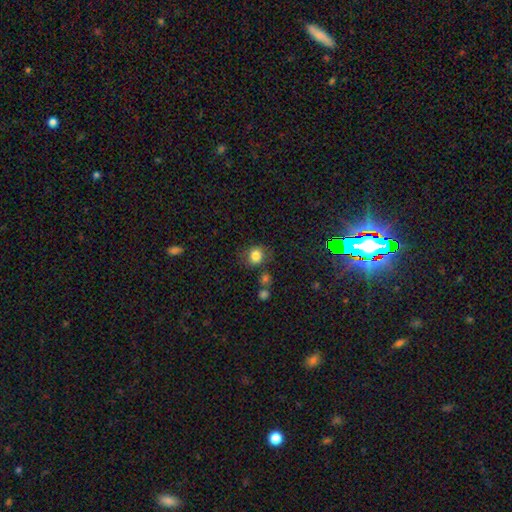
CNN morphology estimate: A smooth galaxy with no disk features (81%) that is round (74%).

Vote fractions:
- Smooth or featured? smooth: 81% / star or artifact: 13% / featured or disk: 7%
- How rounded? round: 74% / in between: 25% / cigar-shaped: 1%
- Merging? none: 71% / minor disturbance: 16% / merger: 7% / major disturbance: 6%